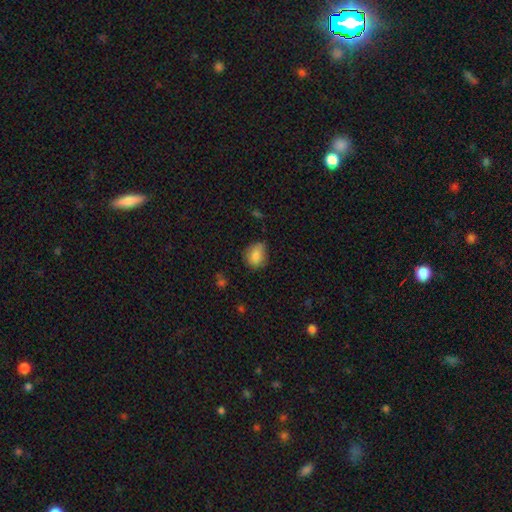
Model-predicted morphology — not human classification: A smooth galaxy with no disk features (83%) that is round (54%). Merging: none (69%).